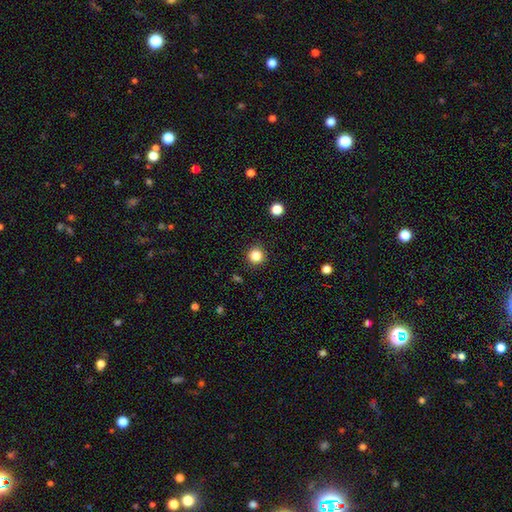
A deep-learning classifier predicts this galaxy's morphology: Overall: smooth (85%). How rounded: round (94%). Merging: none (91%).